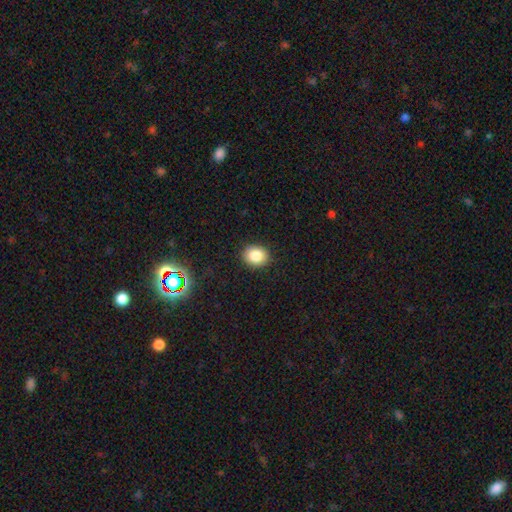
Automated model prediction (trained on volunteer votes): Smooth or featured?
  - smooth: 84% *
  - star or artifact: 10%
  - featured or disk: 6%
How rounded?
  - round: 61% *
  - in between: 38%
  - cigar-shaped: 1%
Merging?
  - none: 89% *
  - minor disturbance: 8%
  - major disturbance: 2%
  - merger: 1%